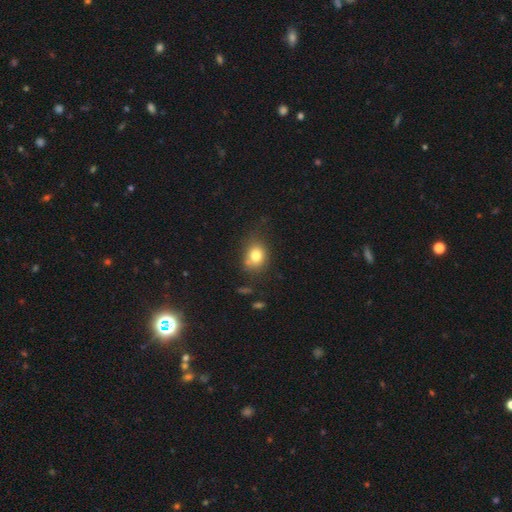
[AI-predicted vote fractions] Smooth or featured: smooth — 79% (star or artifact — 11%)
How rounded: round — 57% (in between — 42%)
Merging: none — 67% (minor disturbance — 21%)